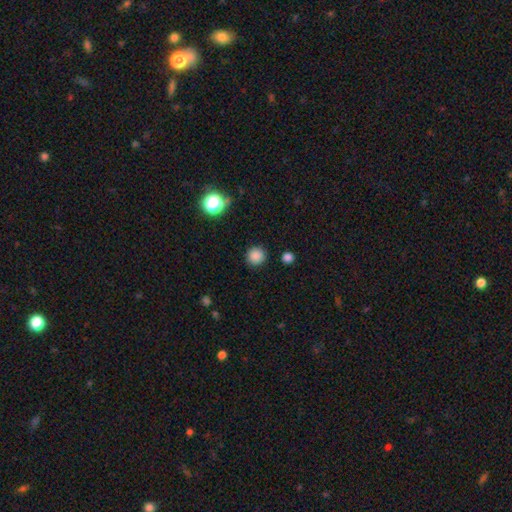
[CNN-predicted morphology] This is clearly a smooth galaxy (84%). How rounded: clearly round (94%). Merging: clearly none (89%).